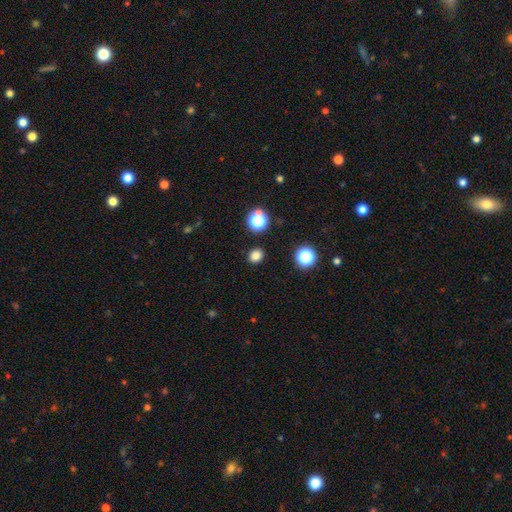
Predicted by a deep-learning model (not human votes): This is clearly a smooth galaxy (81%). How rounded: likely round (71%). Merging: clearly none (90%).